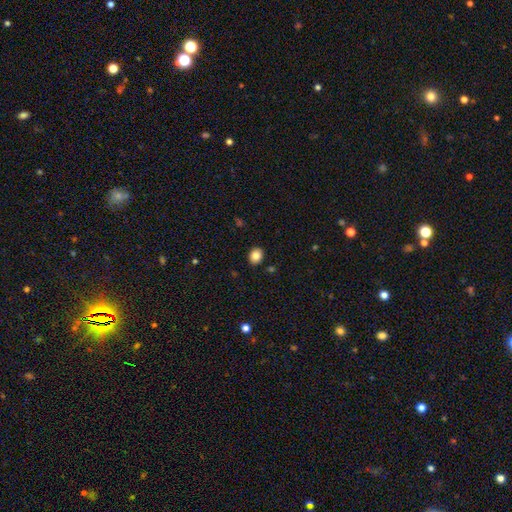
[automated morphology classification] smooth_or_featured: smooth (p=0.85) [alt: star or artifact p=0.09]
how_rounded: round (p=0.51) [alt: in between p=0.48]
merging: none (p=0.90) [alt: minor disturbance p=0.07]